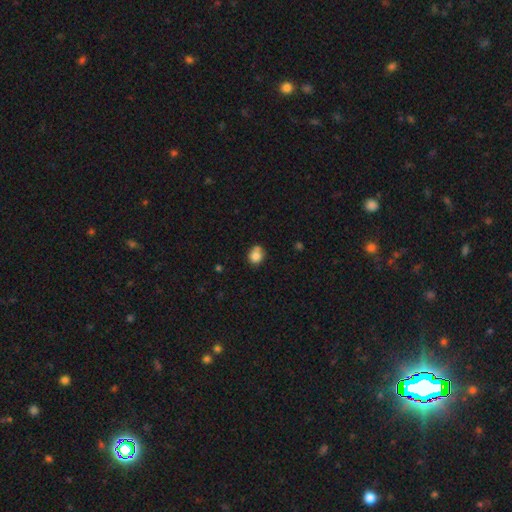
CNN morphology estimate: type=smooth (81%); roundness=round (72%); merging=none (56%).